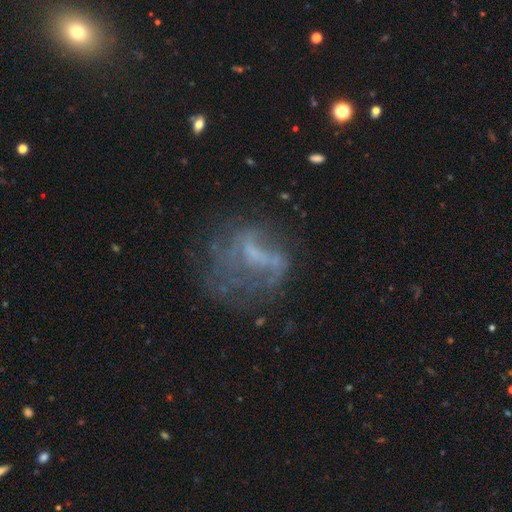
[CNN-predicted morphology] featured or disk 60%, smooth 23%, star or artifact 17%. Down the decision tree: edge-on disk — no (96%); bar — no (53%); spiral arms — no (60%); bulge size — none (53%); merging — none (44%).